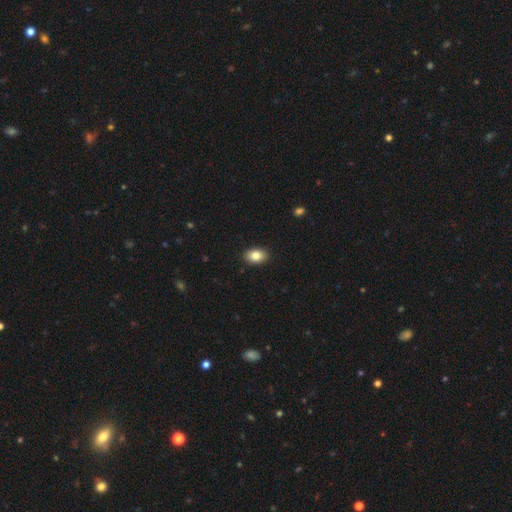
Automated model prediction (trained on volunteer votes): A smooth galaxy with no disk features (84%) that is in between round and cigar-shaped (85%). Merging: none (90%).